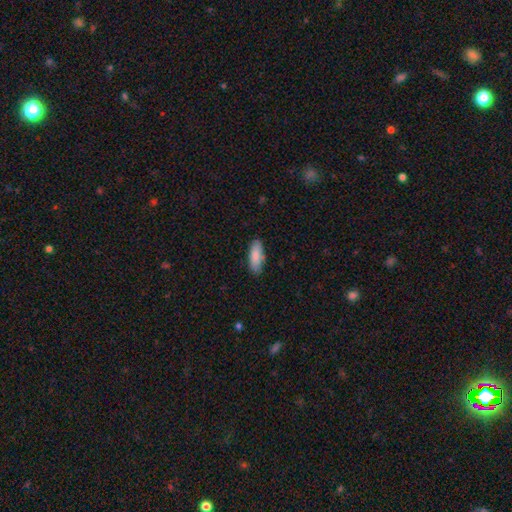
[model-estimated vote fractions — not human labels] Smooth or featured: smooth — 85% (featured or disk — 9%)
How rounded: in between — 70% (cigar-shaped — 28%)
Merging: none — 82% (minor disturbance — 14%)